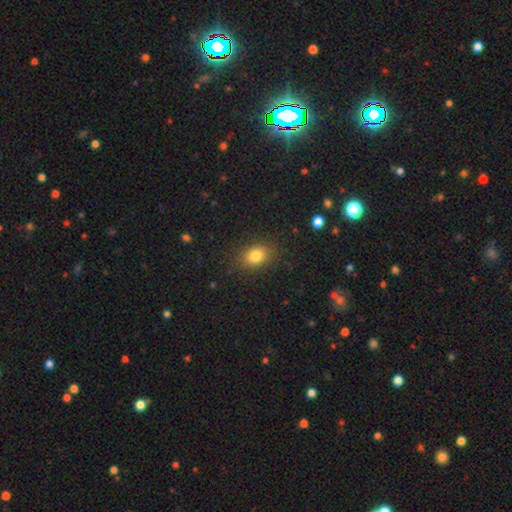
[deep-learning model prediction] Overall: smooth (81%). How rounded: in between (66%; round 32%). Merging: none (85%).